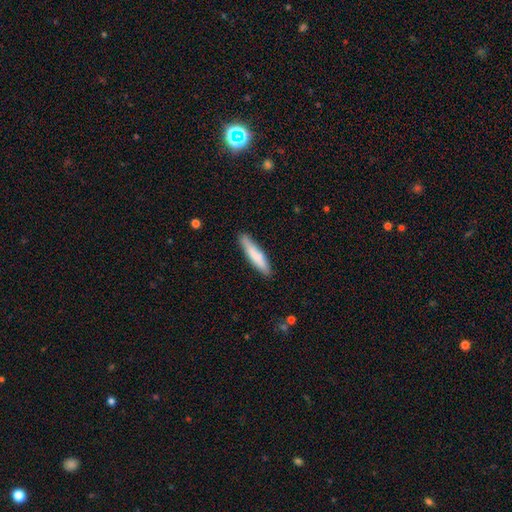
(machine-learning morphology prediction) Q: Smooth or featured?
A: smooth (76%); runner-up: featured or disk (18%)
Q: How rounded?
A: cigar-shaped (88%); runner-up: in between (11%)
Q: Merging?
A: none (86%); runner-up: minor disturbance (11%)